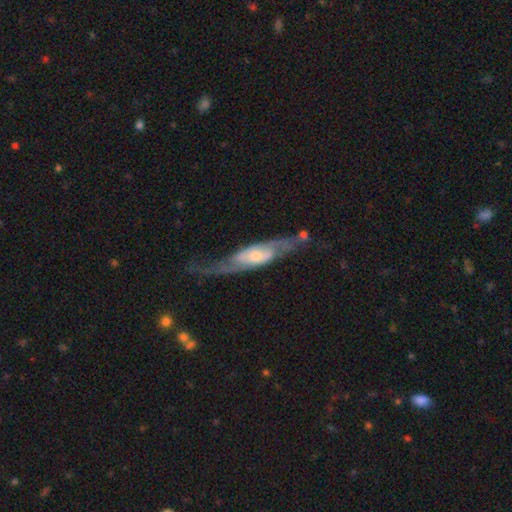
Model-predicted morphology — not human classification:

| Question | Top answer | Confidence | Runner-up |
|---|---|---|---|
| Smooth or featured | featured or disk | 79% | smooth (16%) |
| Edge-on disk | no | 69% | yes (31%) |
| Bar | no | 52% | weak (34%) |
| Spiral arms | yes | 88% | no (12%) |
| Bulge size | moderate | 48% | small (41%) |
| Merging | none | 57% | minor disturbance (21%) |